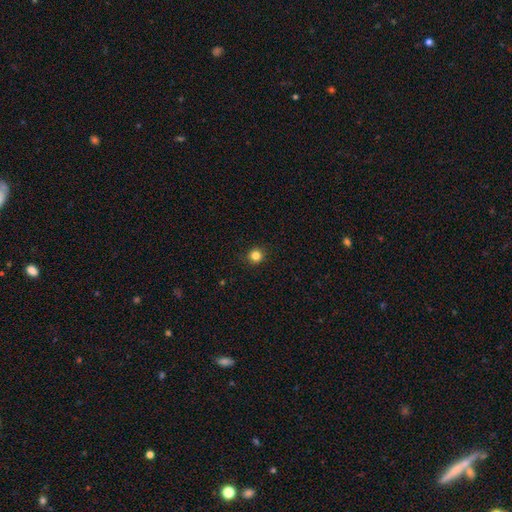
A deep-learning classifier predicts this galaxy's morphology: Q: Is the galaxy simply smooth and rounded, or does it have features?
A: smooth — 83%.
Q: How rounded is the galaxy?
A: round — 95%.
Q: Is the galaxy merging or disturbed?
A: none — 92%.